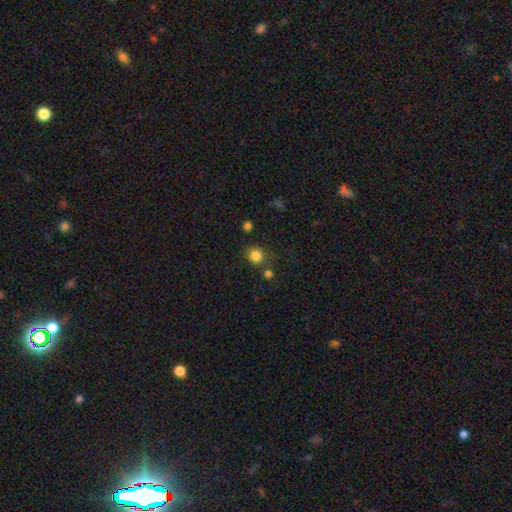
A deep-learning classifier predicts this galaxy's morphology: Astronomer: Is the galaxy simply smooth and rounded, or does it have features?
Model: smooth — 83%.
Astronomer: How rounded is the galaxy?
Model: round — 86%.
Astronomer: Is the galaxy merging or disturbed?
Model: none — 76%.